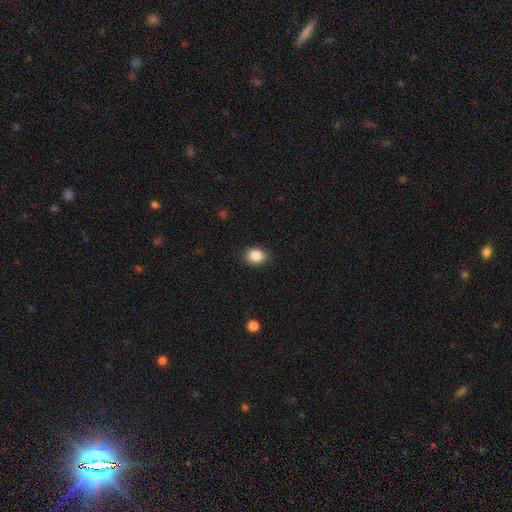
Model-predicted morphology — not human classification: smooth-or-featured: smooth: 87% | star or artifact: 9% | featured or disk: 4%
  how-rounded: in between: 57% | round: 42% | cigar-shaped: 1%
  merging: none: 89% | minor disturbance: 8% | major disturbance: 2% | merger: 1%